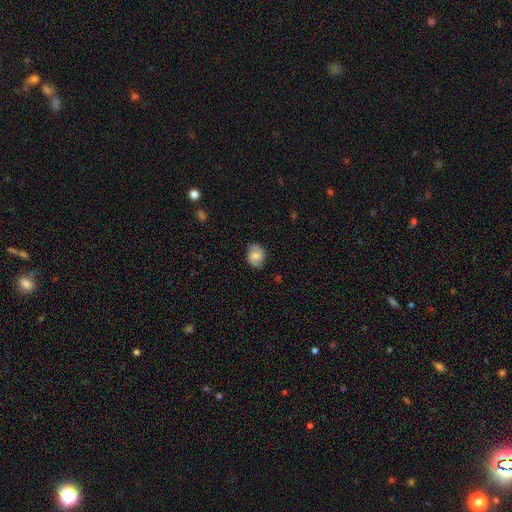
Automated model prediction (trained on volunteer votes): smooth 55%, featured or disk 36%, star or artifact 8%. Down the decision tree: how rounded — in between (58%); merging — none (78%).